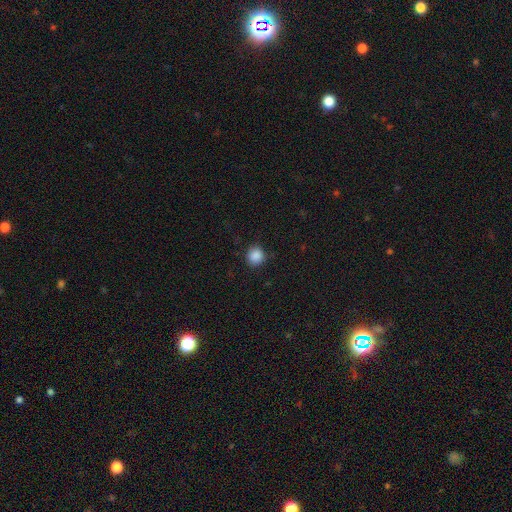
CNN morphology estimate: This appears to be a smooth galaxy with no disk features (88%) that is round (89%). Merging: none (88%).